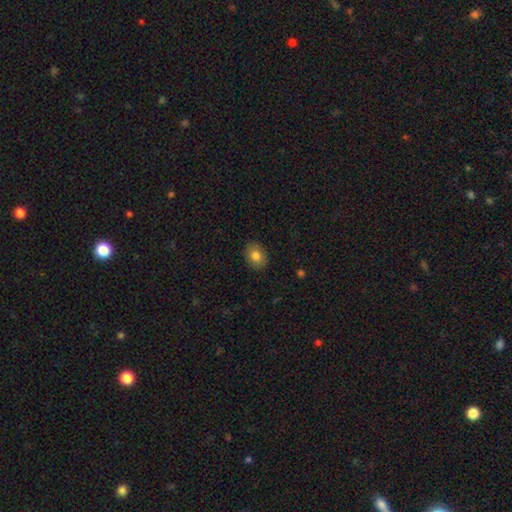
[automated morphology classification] Smooth or featured? smooth (82%)
How rounded? in between (60%)
Merging? none (88%)